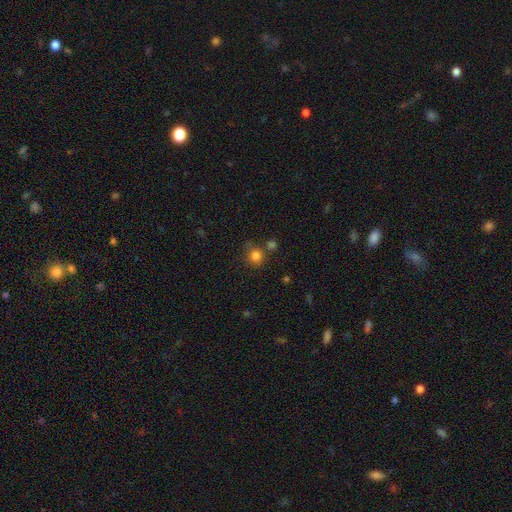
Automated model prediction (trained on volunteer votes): This appears to be a smooth galaxy with no disk features (82%) that is round (87%). Merging: none (70%).